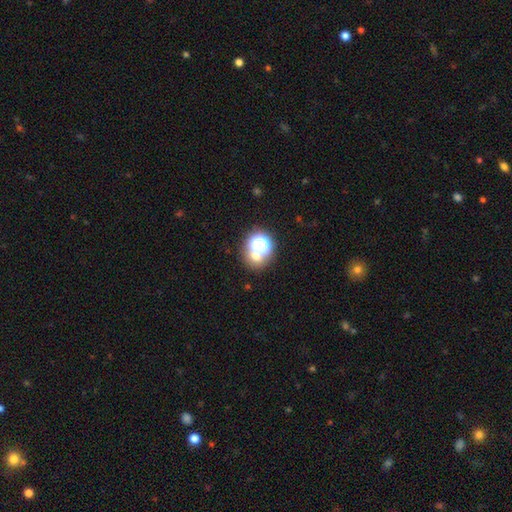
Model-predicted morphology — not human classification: Smooth or featured?
  - smooth: 48% *
  - star or artifact: 40%
  - featured or disk: 12%
Merging?
  - none: 59% *
  - merger: 25%
  - minor disturbance: 10%
  - major disturbance: 7%